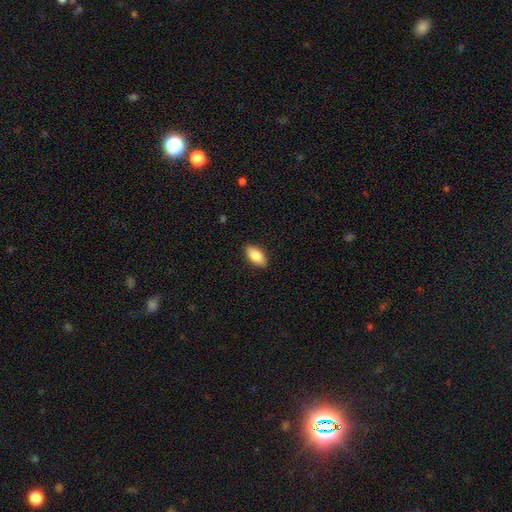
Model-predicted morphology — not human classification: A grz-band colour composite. It shows a smooth galaxy with no disk features (84%) that is in between round and cigar-shaped (91%). Merging: none (89%).